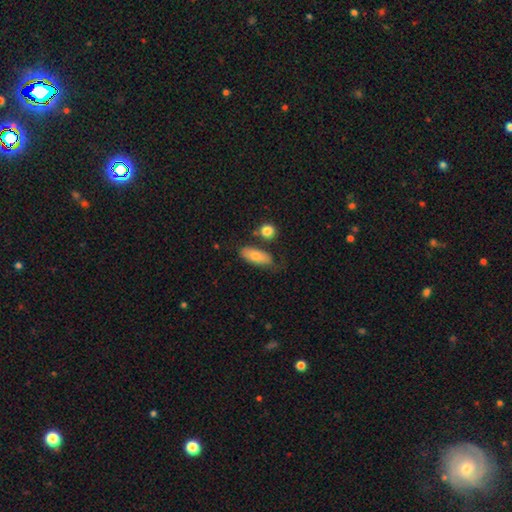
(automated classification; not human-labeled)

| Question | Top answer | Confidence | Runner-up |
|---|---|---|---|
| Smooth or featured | smooth | 74% | featured or disk (19%) |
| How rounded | in between | 79% | cigar-shaped (18%) |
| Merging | none | 61% | minor disturbance (22%) |